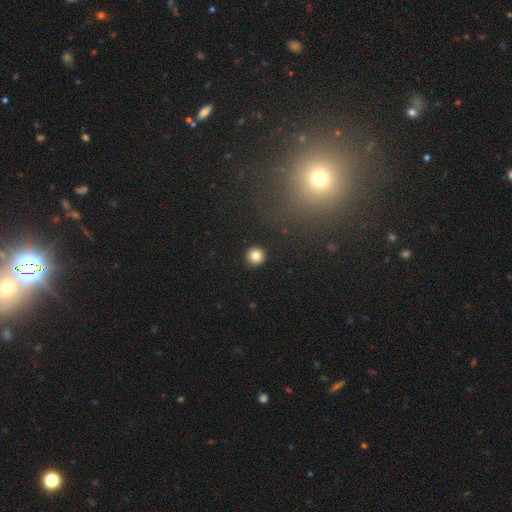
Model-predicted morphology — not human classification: This is clearly a smooth galaxy (82%). How rounded: clearly round (96%). Merging: clearly none (93%).